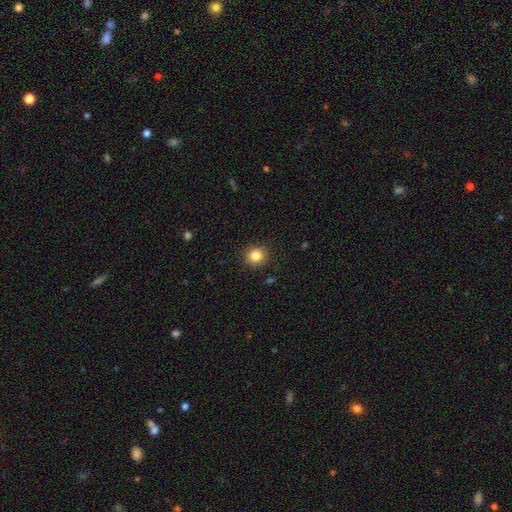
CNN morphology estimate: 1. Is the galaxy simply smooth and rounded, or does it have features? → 84% smooth, 11% star or artifact, 6% featured or disk.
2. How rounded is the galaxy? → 89% round, 10% in between, 1% cigar-shaped.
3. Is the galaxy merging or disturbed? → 90% none, 7% minor disturbance, 2% major disturbance, 1% merger.